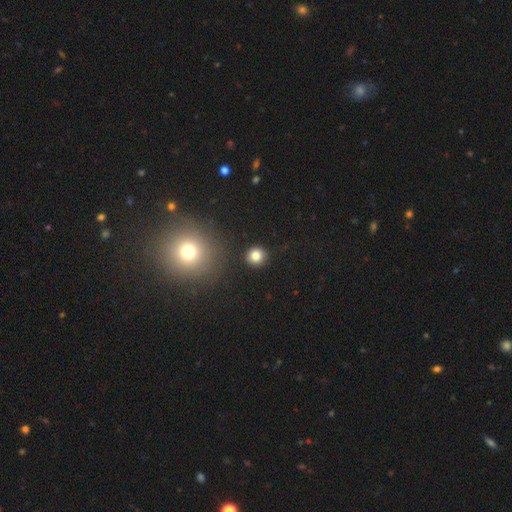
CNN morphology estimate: type=smooth (82%); roundness=round (92%); merging=none (91%).